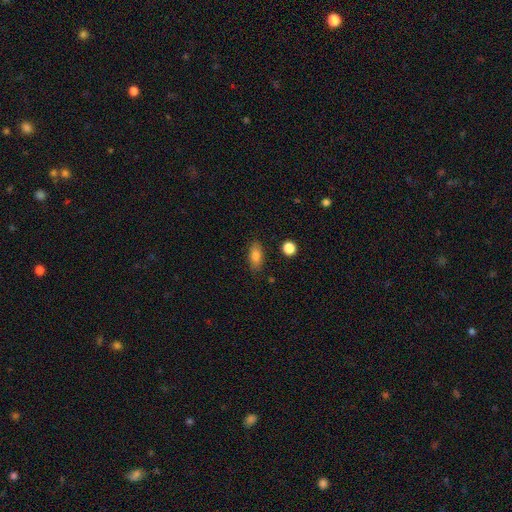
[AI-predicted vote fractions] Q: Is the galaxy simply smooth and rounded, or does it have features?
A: smooth — 78%.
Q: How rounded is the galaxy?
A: in between — 81%.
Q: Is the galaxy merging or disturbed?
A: none — 84%.